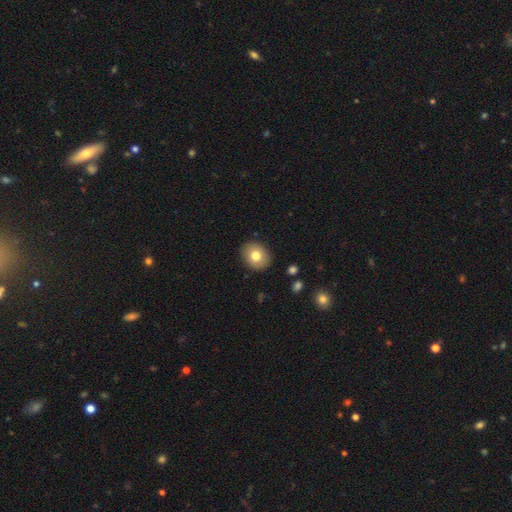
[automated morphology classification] Smooth or featured: smooth — 77% (featured or disk — 14%)
How rounded: round — 61% (in between — 38%)
Merging: none — 90% (minor disturbance — 7%)